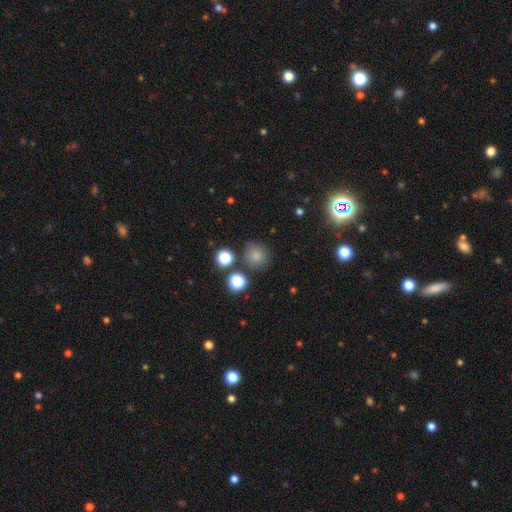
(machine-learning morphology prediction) The model was most divided on "smooth or featured": smooth: 78%, star or artifact: 15%, featured or disk: 7%. More confident: how rounded — round (88%); merging — none (76%).